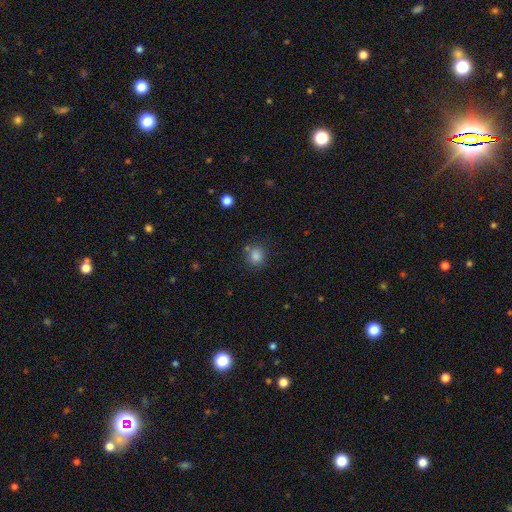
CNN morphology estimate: Smooth or featured? smooth (83%)
How rounded? round (84%)
Merging? none (72%)